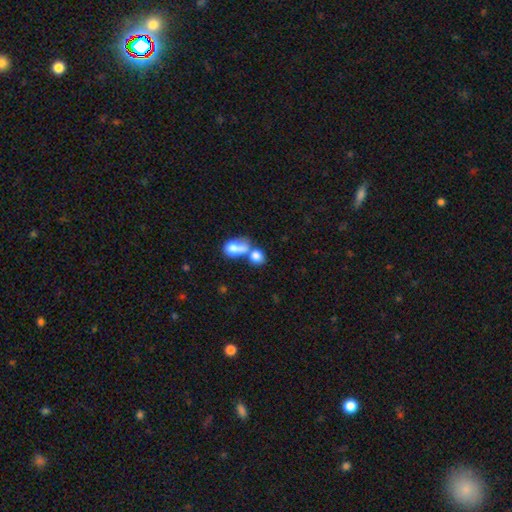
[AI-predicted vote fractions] Q: Smooth or featured?
A: smooth (80%); runner-up: featured or disk (12%)
Q: How rounded?
A: in between (54%); runner-up: round (44%)
Q: Merging?
A: merger (64%); runner-up: none (22%)